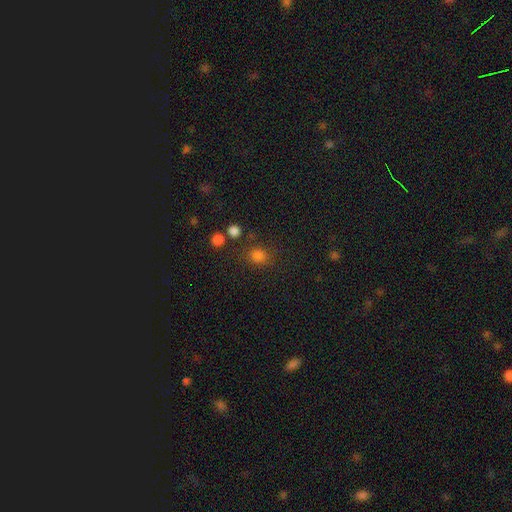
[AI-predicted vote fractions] A smooth galaxy with no disk features (59%) that is round (80%). Merging: none (80%).